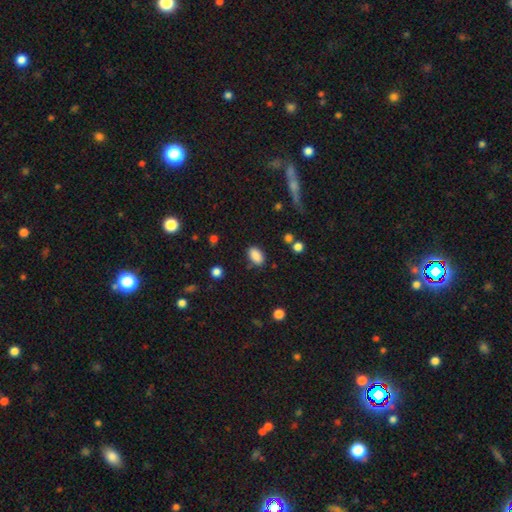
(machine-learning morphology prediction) type=smooth (87%); roundness=in between (91%); merging=none (81%).